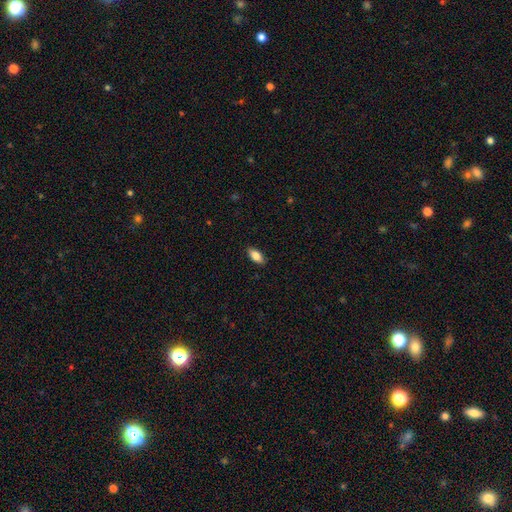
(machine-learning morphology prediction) Smooth or featured?
  - smooth: 81% *
  - featured or disk: 12%
  - star or artifact: 7%
How rounded?
  - in between: 86% *
  - cigar-shaped: 12%
  - round: 3%
Merging?
  - none: 88% *
  - minor disturbance: 9%
  - major disturbance: 2%
  - merger: 1%